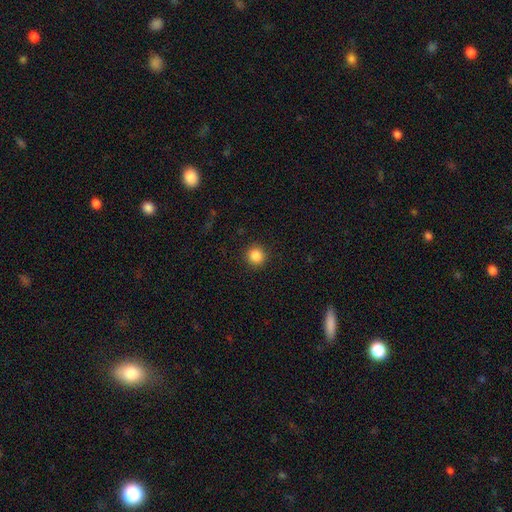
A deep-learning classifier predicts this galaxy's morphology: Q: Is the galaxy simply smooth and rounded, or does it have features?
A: smooth — 86%.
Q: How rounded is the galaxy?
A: round — 94%.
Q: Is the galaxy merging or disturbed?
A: none — 92%.